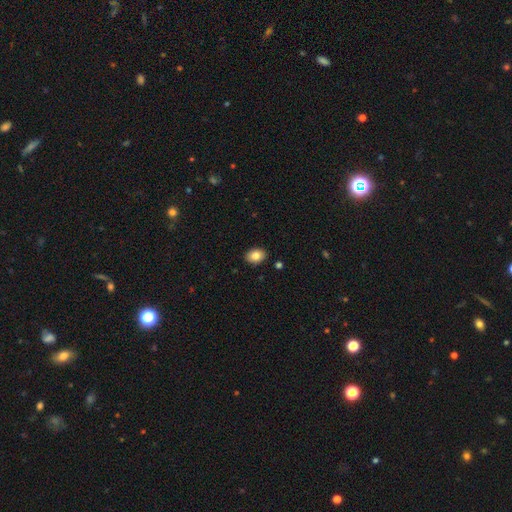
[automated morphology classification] smooth 83%, featured or disk 9%, star or artifact 8%. Down the decision tree: how rounded — in between (77%); merging — none (89%).